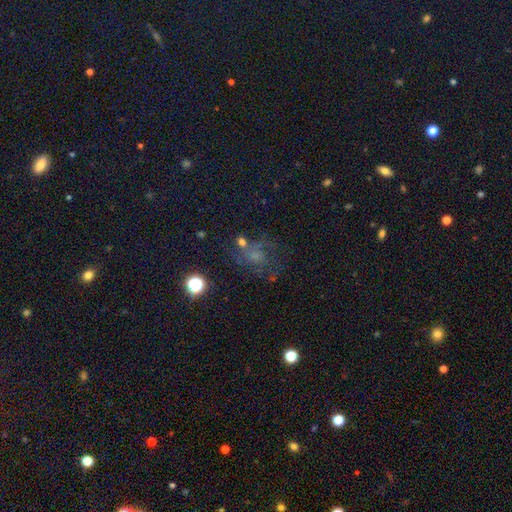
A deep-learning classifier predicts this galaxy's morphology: Q: Smooth or featured?
A: featured or disk (40%); runner-up: smooth (31%)
Q: Merging?
A: none (52%); runner-up: major disturbance (21%)